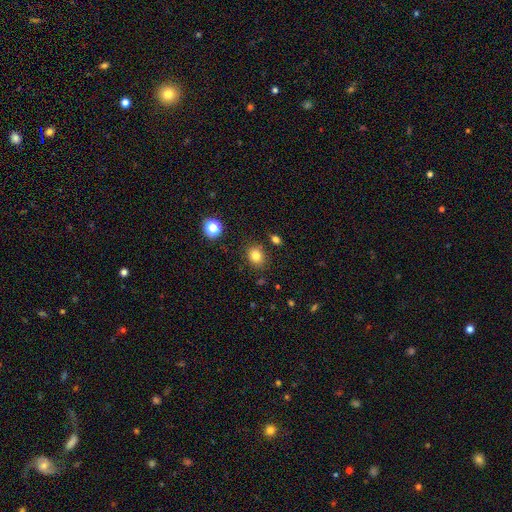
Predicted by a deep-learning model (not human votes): This appears to be a smooth galaxy with no disk features (80%) that is round (64%). Merging: none (84%).